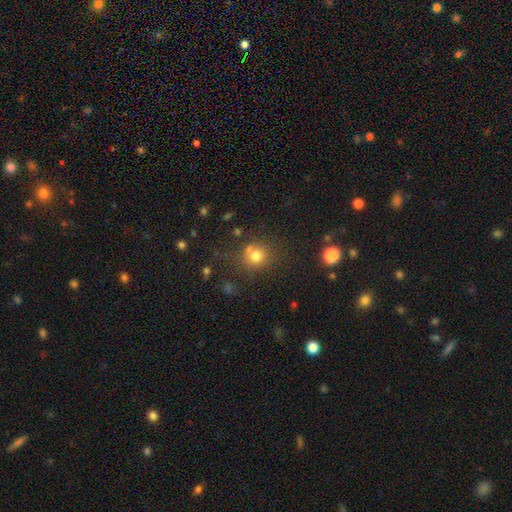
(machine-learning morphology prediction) The model was most divided on "merging": none: 66%, minor disturbance: 14%, merger: 14%, major disturbance: 6%. More confident: how rounded — round (85%); smooth or featured — smooth (75%).